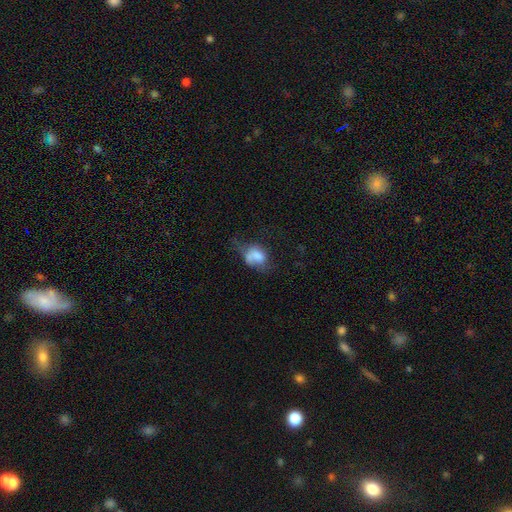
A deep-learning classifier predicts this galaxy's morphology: smooth_or_featured: smooth (p=0.66) [alt: featured or disk p=0.24]
how_rounded: in between (p=0.64) [alt: round p=0.34]
merging: merger (p=0.30) [alt: major disturbance p=0.24]